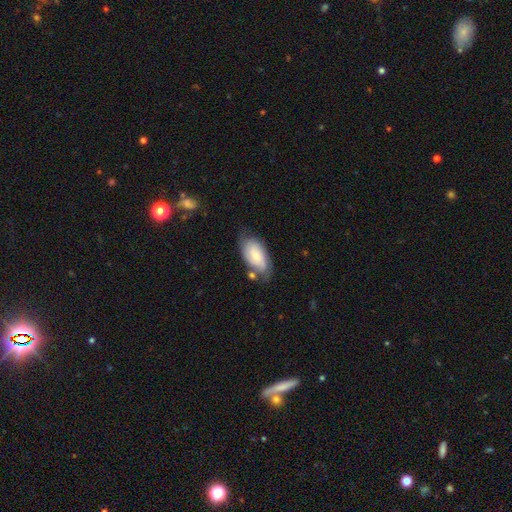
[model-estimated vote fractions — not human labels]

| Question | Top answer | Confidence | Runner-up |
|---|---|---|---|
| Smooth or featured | smooth | 49% | featured or disk (44%) |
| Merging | none | 58% | minor disturbance (26%) |